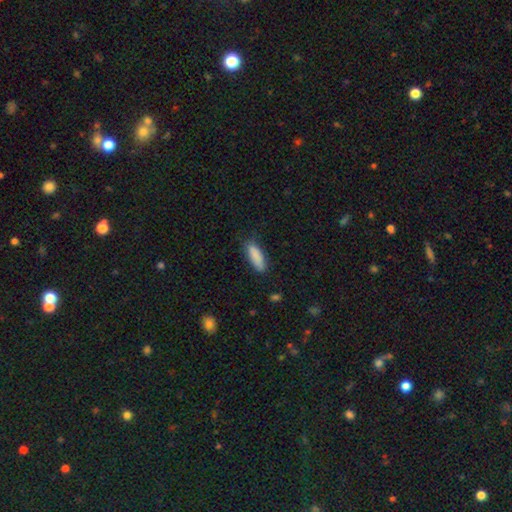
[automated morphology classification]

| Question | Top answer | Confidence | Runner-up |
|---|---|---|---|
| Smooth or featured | smooth | 88% | star or artifact (7%) |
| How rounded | in between | 58% | cigar-shaped (40%) |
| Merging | none | 75% | minor disturbance (20%) |